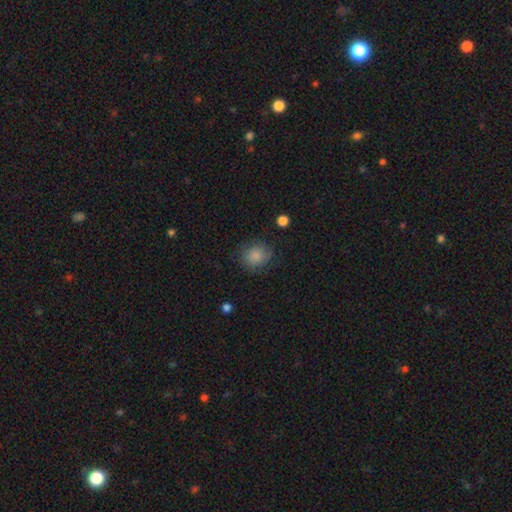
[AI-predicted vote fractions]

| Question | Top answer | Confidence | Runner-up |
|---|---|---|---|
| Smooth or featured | smooth | 81% | featured or disk (10%) |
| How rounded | round | 74% | in between (25%) |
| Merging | none | 73% | minor disturbance (18%) |